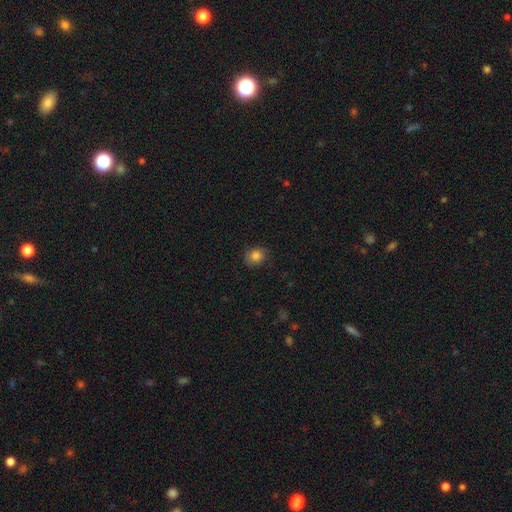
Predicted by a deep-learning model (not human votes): Smooth or featured? Predicted: smooth (p=0.83). How rounded? Predicted: round (p=0.67). Merging? Predicted: none (p=0.81).